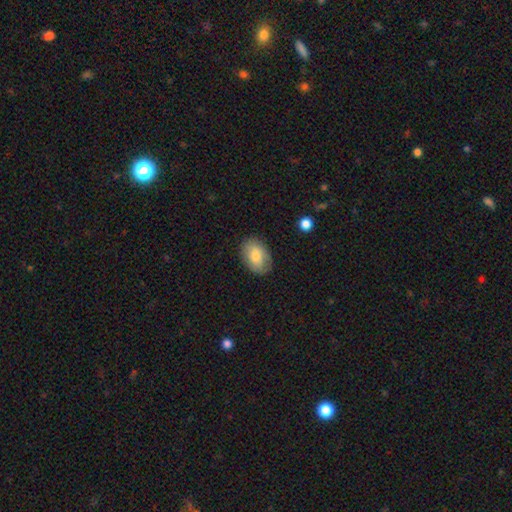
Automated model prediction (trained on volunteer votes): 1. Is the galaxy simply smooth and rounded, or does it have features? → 77% smooth, 16% featured or disk, 7% star or artifact.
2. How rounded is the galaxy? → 86% in between, 13% round, 1% cigar-shaped.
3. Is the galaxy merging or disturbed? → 82% none, 13% minor disturbance, 3% major disturbance, 1% merger.